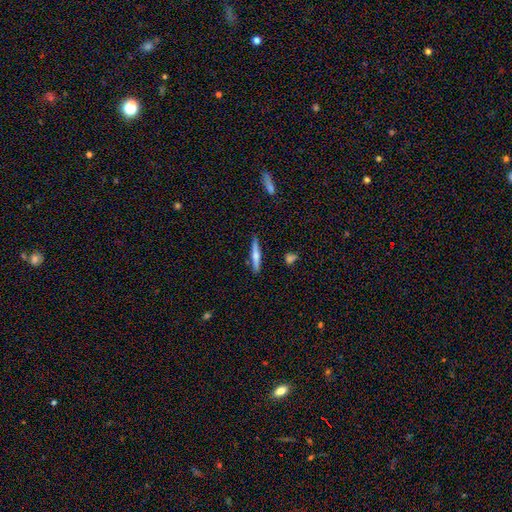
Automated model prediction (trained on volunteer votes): Q: Smooth or featured?
A: smooth (55%); runner-up: featured or disk (39%)
Q: How rounded?
A: cigar-shaped (91%); runner-up: in between (7%)
Q: Merging?
A: none (86%); runner-up: minor disturbance (10%)